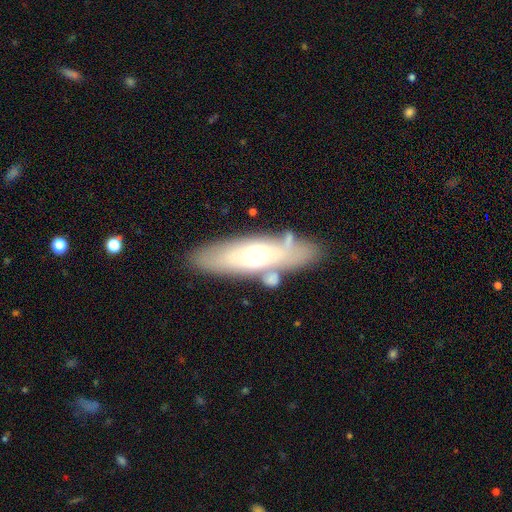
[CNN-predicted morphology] A featured or disk galaxy (57%).

Vote fractions:
- Smooth or featured? featured or disk: 57% / smooth: 37% / star or artifact: 6%
- Edge-on disk? no: 62% / yes: 38%
- Merging? none: 71% / minor disturbance: 16% / merger: 9% / major disturbance: 5%